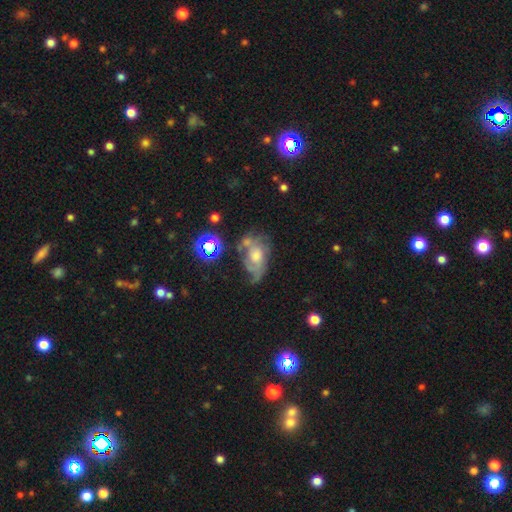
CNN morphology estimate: This appears to be a featured or disk galaxy (58%) with no bar (76%), spiral arms (71%) and a moderate central bulge (55%). Merging: none (40%).